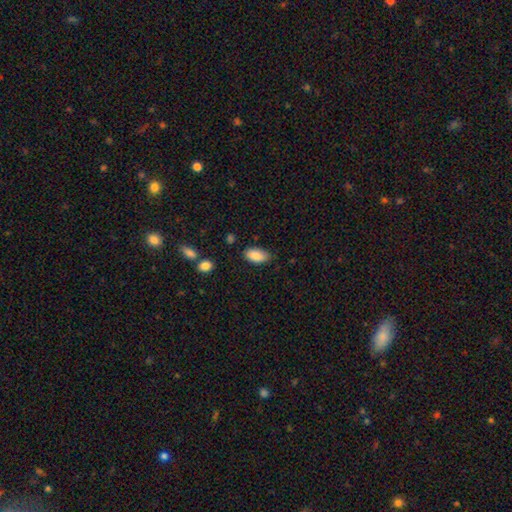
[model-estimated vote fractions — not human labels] Smooth or featured: smooth — 87% (star or artifact — 7%)
How rounded: in between — 93% (cigar-shaped — 5%)
Merging: none — 81% (minor disturbance — 14%)